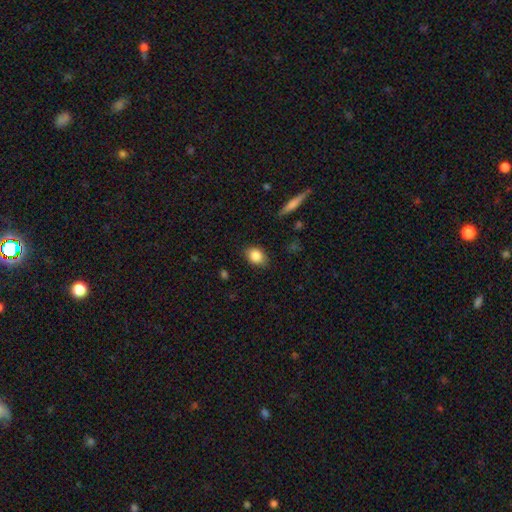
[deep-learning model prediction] Overall: smooth (85%). How rounded: in between (70%). Merging: none (84%).